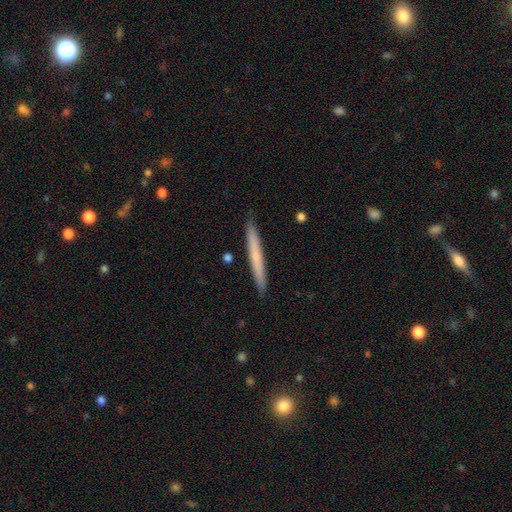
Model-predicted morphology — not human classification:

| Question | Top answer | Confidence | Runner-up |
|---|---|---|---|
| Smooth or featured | smooth | 58% | featured or disk (36%) |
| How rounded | cigar-shaped | 97% | in between (2%) |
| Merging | none | 90% | minor disturbance (7%) |